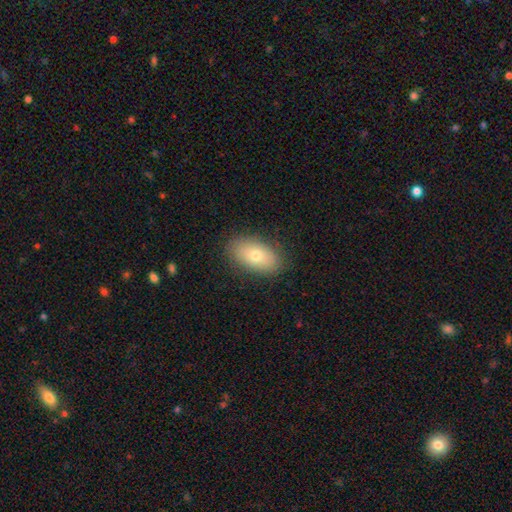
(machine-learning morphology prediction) smooth 74%, featured or disk 19%, star or artifact 8%. Down the decision tree: how rounded — in between (92%); merging — none (87%).